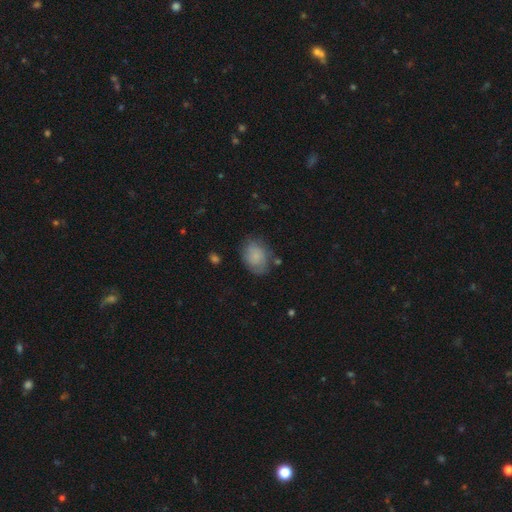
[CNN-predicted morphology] This is likely a smooth galaxy (74%). How rounded: likely in between (62%). Merging: likely none (66%).